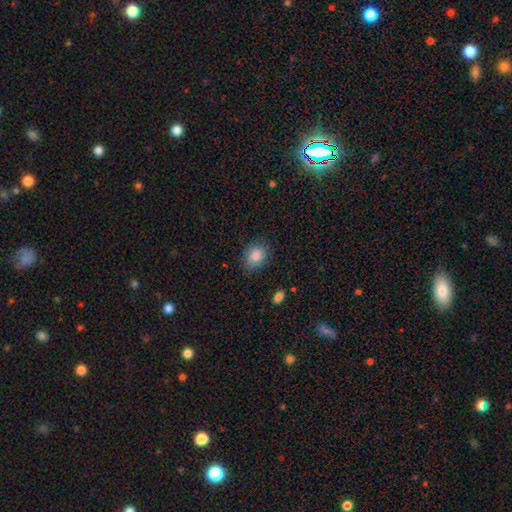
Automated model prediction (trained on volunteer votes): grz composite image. It shows a smooth galaxy with no disk features (84%) that is in between round and cigar-shaped (54%). Merging: none (82%).